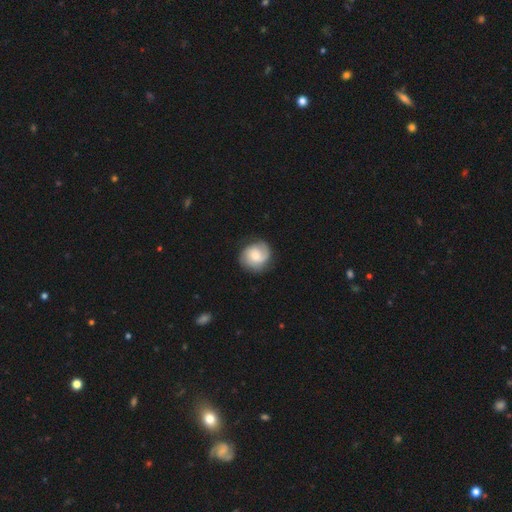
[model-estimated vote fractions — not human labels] A featured or disk galaxy (54%) with no bar (61%), spiral arms (90%) and a moderate central bulge (50%).

Vote fractions:
- Smooth or featured? featured or disk: 54% / smooth: 39% / star or artifact: 7%
- Edge-on disk? no: 98% / yes: 2%
- Bar? no: 61% / weak: 33% / strong: 6%
- Spiral arms? yes: 90% / no: 10%
- Bulge size? moderate: 50% / small: 39% / large: 7% / none: 3% / dominant: 1%
- Merging? none: 80% / minor disturbance: 14% / major disturbance: 5% / merger: 1%